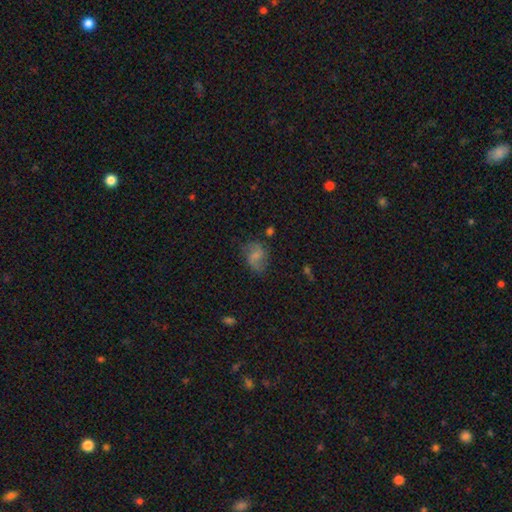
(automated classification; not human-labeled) This appears to be a smooth galaxy with no disk features (47%). Merging: none (61%).